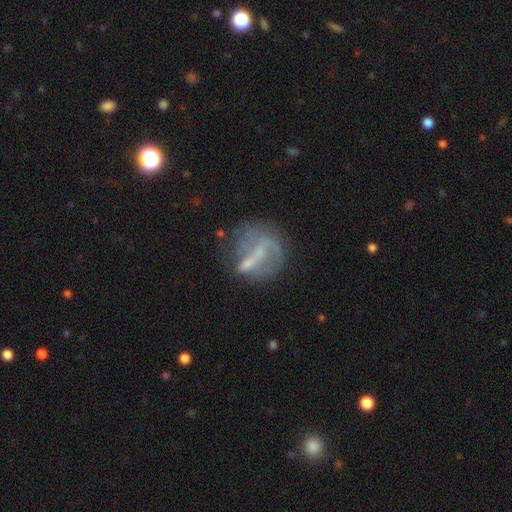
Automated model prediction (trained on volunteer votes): smooth-or-featured: featured or disk: 62% | smooth: 26% | star or artifact: 12%
  disk-edge-on: no: 92% | yes: 8%
    bar: strong: 41% | weak: 33% | no: 26%
    has-spiral-arms: no: 56% | yes: 44%
    bulge-size: small: 48% | none: 34% | moderate: 14% | large: 2% | dominant: 1%
  merging: none: 47% | minor disturbance: 21% | major disturbance: 20% | merger: 13%